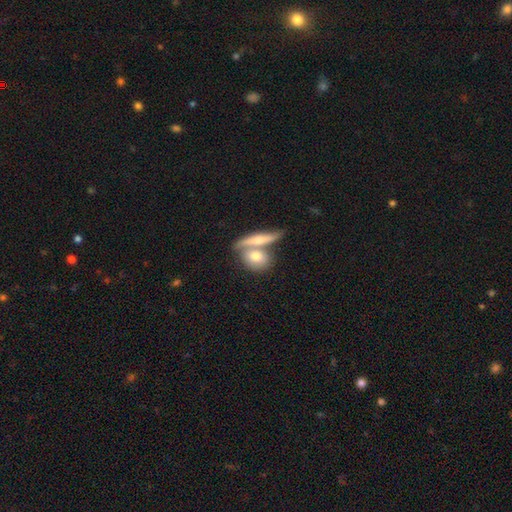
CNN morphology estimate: smooth-or-featured: smooth: 49% | featured or disk: 42% | star or artifact: 8%
  merging: merger: 48% | none: 39% | minor disturbance: 9% | major disturbance: 4%